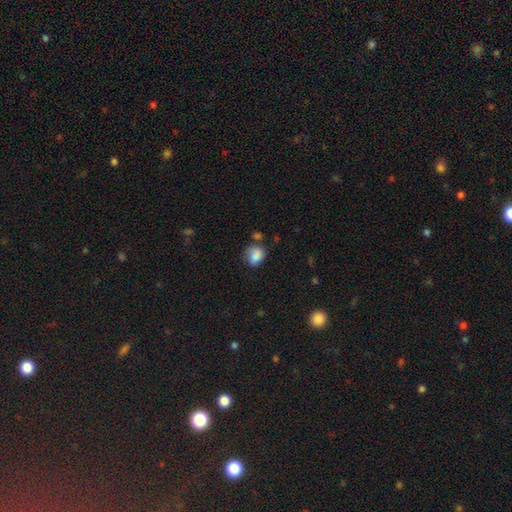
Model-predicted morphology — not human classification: Overall: smooth (82%). How rounded: in between (50%; round 49%). Merging: none (56%; minor disturbance 28%).